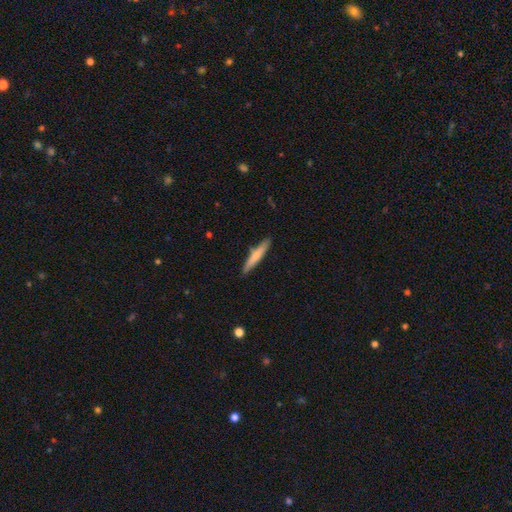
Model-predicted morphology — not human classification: This is likely a smooth galaxy (65%). How rounded: clearly cigar-shaped (92%). Merging: clearly none (86%).